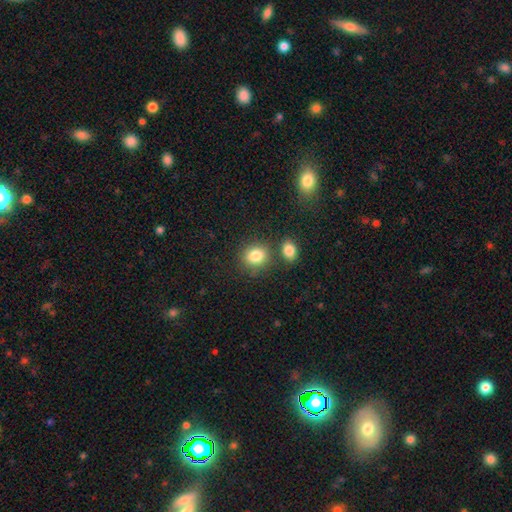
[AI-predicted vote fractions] smooth_or_featured: smooth (p=0.84) [alt: star or artifact p=0.10]
how_rounded: round (p=0.67) [alt: in between p=0.32]
merging: none (p=0.71) [alt: merger p=0.14]